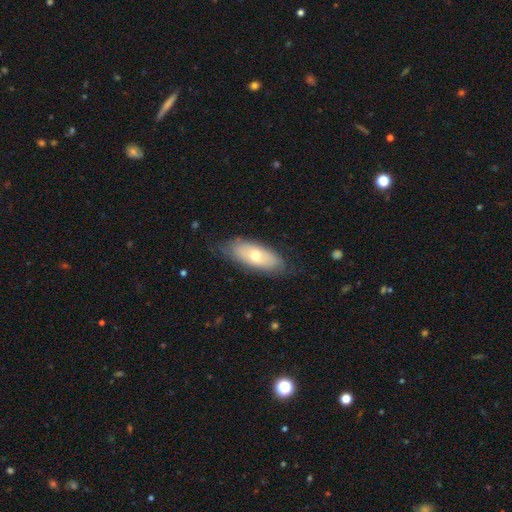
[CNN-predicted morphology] Smooth or featured? smooth (58%)
How rounded? in between (81%)
Merging? none (75%)